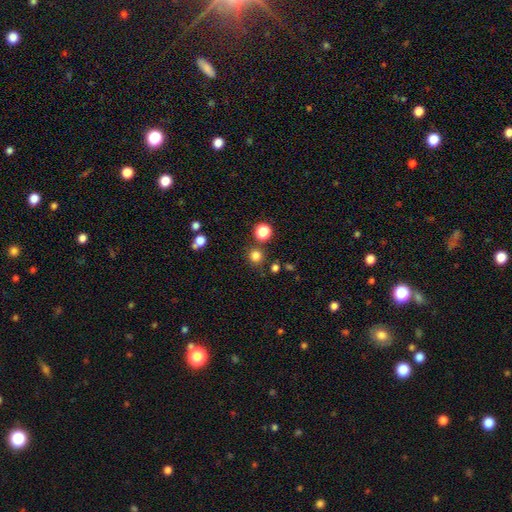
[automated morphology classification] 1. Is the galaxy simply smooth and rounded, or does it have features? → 79% smooth, 16% star or artifact, 5% featured or disk.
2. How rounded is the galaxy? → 92% round, 7% in between, 1% cigar-shaped.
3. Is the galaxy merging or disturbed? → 81% none, 8% minor disturbance, 7% merger, 3% major disturbance.